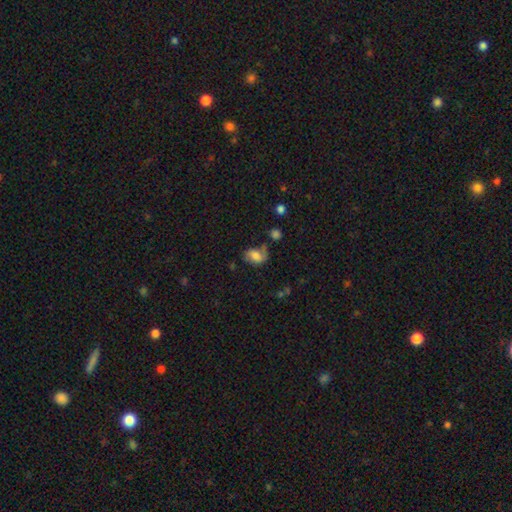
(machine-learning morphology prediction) Q: Smooth or featured?
A: smooth (65%); runner-up: featured or disk (25%)
Q: How rounded?
A: in between (79%); runner-up: round (20%)
Q: Merging?
A: none (51%); runner-up: minor disturbance (28%)